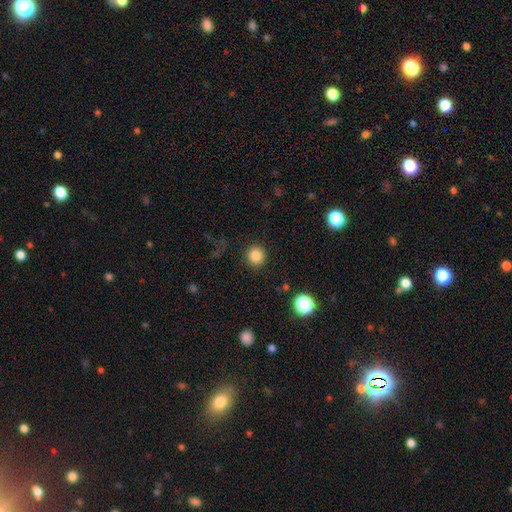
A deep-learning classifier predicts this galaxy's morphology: Smooth or featured?
  - smooth: 85% *
  - star or artifact: 11%
  - featured or disk: 4%
How rounded?
  - round: 92% *
  - in between: 7%
  - cigar-shaped: 1%
Merging?
  - none: 90% *
  - minor disturbance: 6%
  - major disturbance: 3%
  - merger: 1%